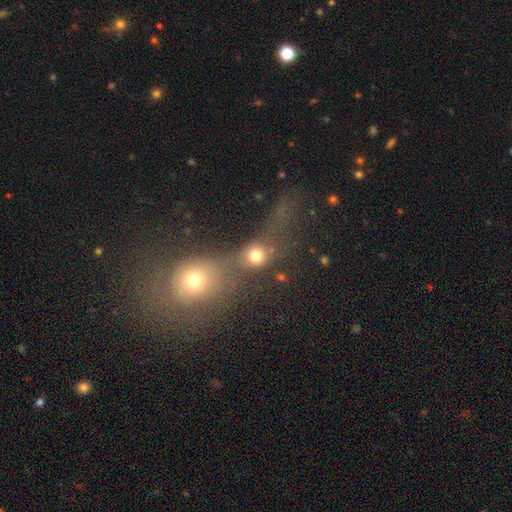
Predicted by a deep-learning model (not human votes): Morphology: type=smooth (73%); roundness=round (73%); merging=merger (48%).